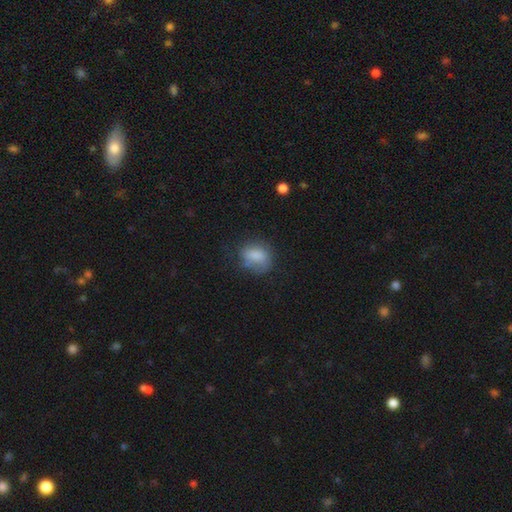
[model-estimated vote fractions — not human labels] Q: Smooth or featured?
A: smooth (78%); runner-up: featured or disk (13%)
Q: How rounded?
A: in between (58%); runner-up: round (41%)
Q: Merging?
A: none (54%); runner-up: minor disturbance (27%)